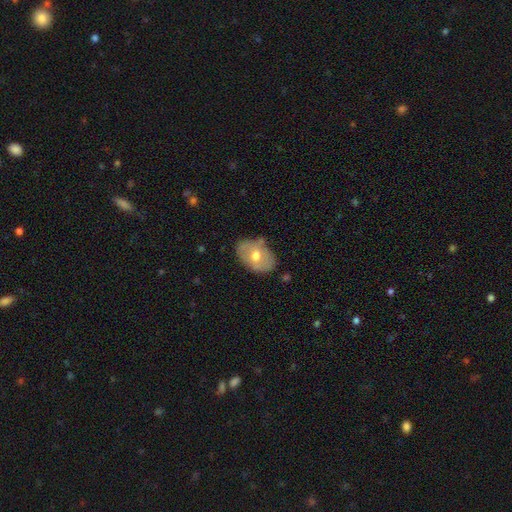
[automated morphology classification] smooth-or-featured: smooth: 56% | featured or disk: 37% | star or artifact: 7%
  how-rounded: in between: 84% | round: 15% | cigar-shaped: 1%
  merging: none: 71% | minor disturbance: 20% | major disturbance: 5% | merger: 4%